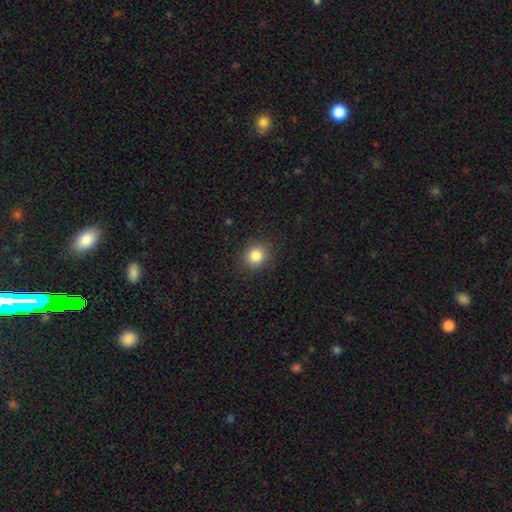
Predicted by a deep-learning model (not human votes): Smooth or featured? Predicted: smooth (p=0.83). How rounded? Predicted: round (p=0.81). Merging? Predicted: none (p=0.89).